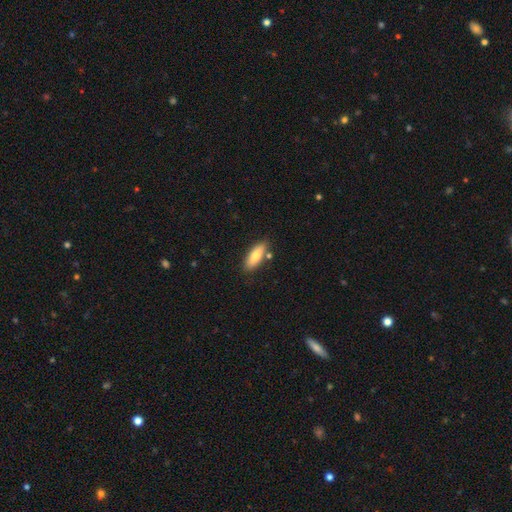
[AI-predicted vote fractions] smooth-or-featured: smooth: 76% | featured or disk: 18% | star or artifact: 6%
  how-rounded: in between: 66% | cigar-shaped: 31% | round: 2%
  merging: none: 81% | minor disturbance: 11% | merger: 5% | major disturbance: 2%